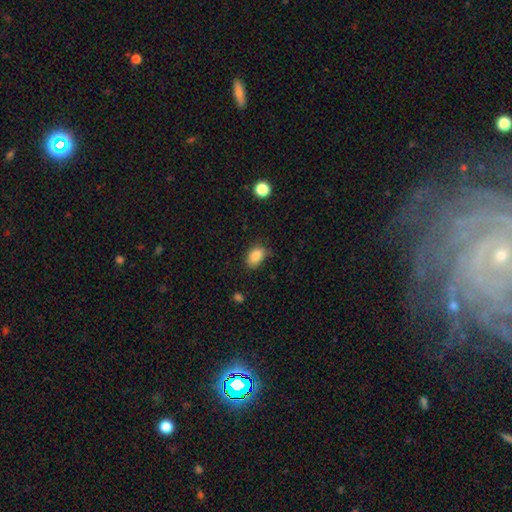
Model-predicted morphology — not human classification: Q: Smooth or featured?
A: smooth (85%); runner-up: star or artifact (9%)
Q: How rounded?
A: in between (81%); runner-up: round (18%)
Q: Merging?
A: none (67%); runner-up: minor disturbance (26%)